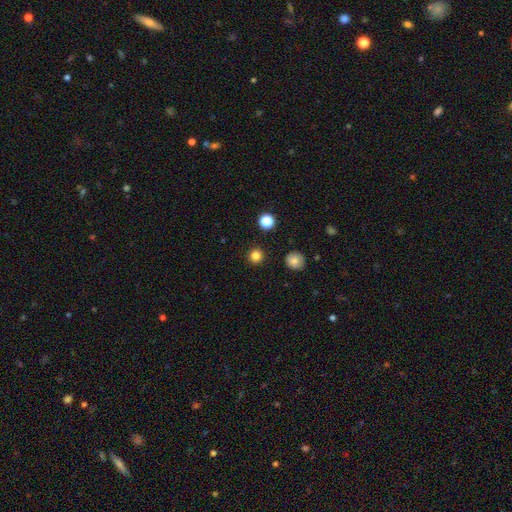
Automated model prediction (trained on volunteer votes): The model was most divided on "smooth or featured": smooth: 82%, star or artifact: 14%, featured or disk: 4%. More confident: how rounded — round (95%); merging — none (92%).